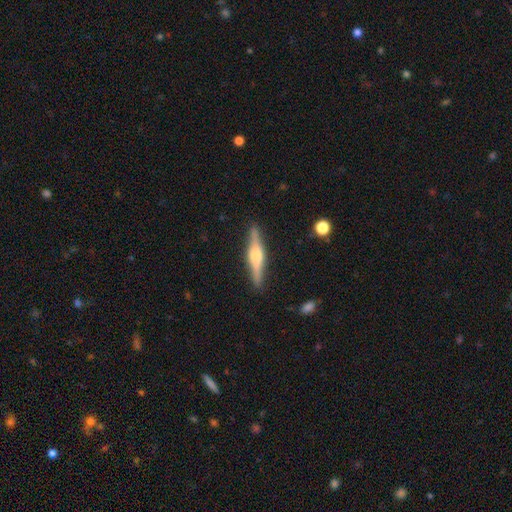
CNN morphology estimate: Overall: featured or disk (75%). Edge-on disk: yes (98%). Edge-on bulge: rounded (87%). Merging: none (90%).